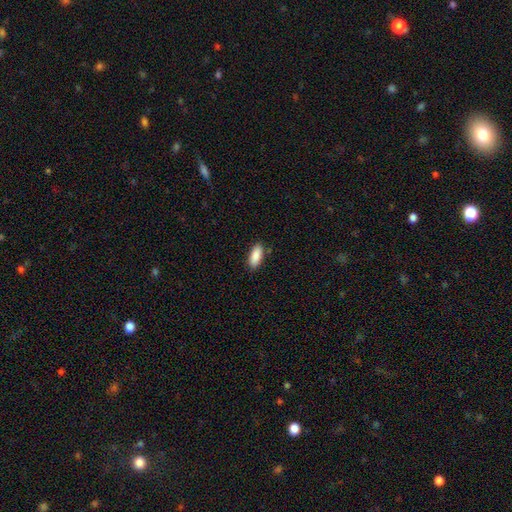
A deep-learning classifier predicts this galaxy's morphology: smooth-or-featured: smooth: 89% | star or artifact: 6% | featured or disk: 5%
  how-rounded: in between: 82% | cigar-shaped: 17% | round: 2%
  merging: none: 87% | minor disturbance: 10% | major disturbance: 2% | merger: 1%